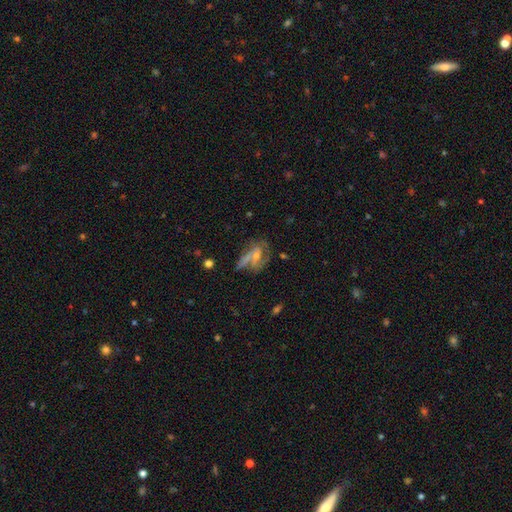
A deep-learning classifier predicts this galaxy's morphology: The model was most divided on "merging": none: 42%, major disturbance: 28%, minor disturbance: 22%, merger: 9%. More confident: edge-on disk — no (93%); spiral arms — yes (74%); smooth or featured — featured or disk (67%); bulge size — small (55%); bar — no (54%).